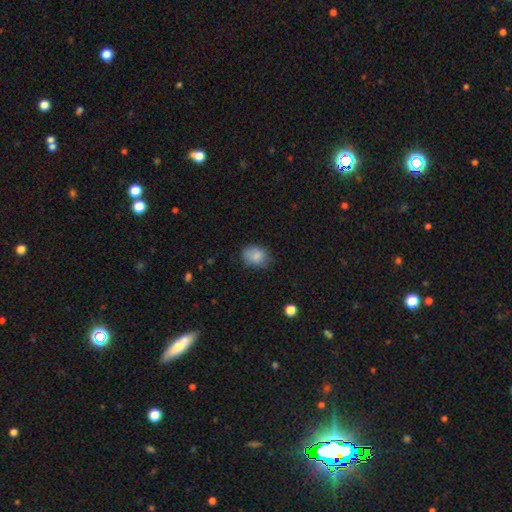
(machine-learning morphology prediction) A smooth galaxy with no disk features (83%) that is in between round and cigar-shaped (62%). Merging: none (68%).